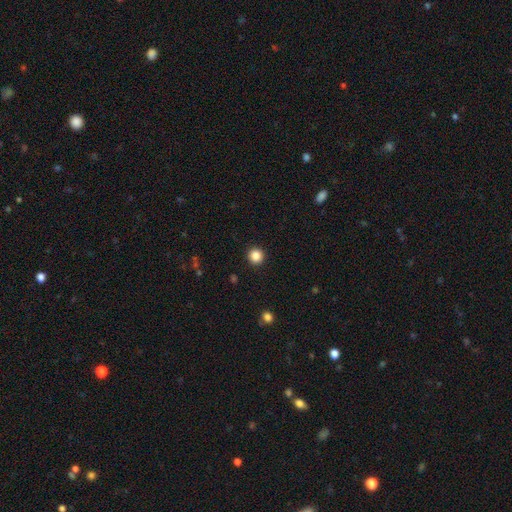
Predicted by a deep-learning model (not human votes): smooth-or-featured: smooth: 86% | star or artifact: 11% | featured or disk: 4%
  how-rounded: round: 95% | in between: 4% | cigar-shaped: 1%
  merging: none: 93% | minor disturbance: 4% | major disturbance: 2% | merger: 1%